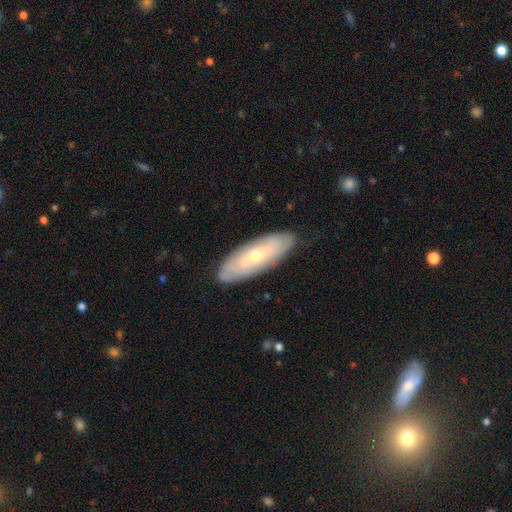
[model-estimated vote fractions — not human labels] Overall: featured or disk (49%; smooth 45%). Merging: none (85%).